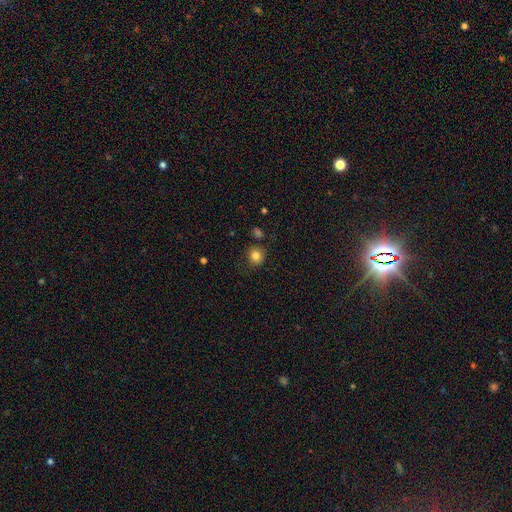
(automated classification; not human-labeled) This appears to be a smooth galaxy with no disk features (83%) that is round (87%). Merging: none (83%).